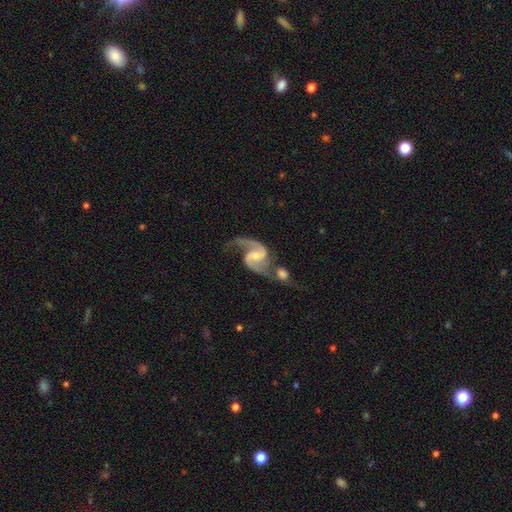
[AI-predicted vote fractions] Smooth or featured? featured or disk (92%)
Edge-on disk? no (98%)
Bar? weak (46%)
Spiral arms? yes (98%)
Spiral winding? loose (46%)
Spiral arm count? 2 (93%)
Bulge size? small (53%)
Merging? merger (39%)